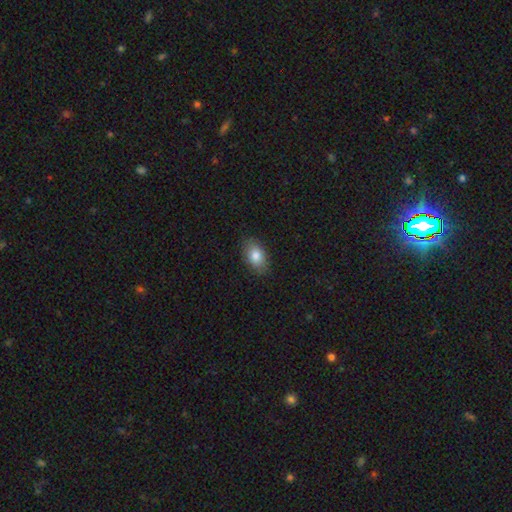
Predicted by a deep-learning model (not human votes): Smooth or featured? smooth (83%)
How rounded? in between (88%)
Merging? none (85%)